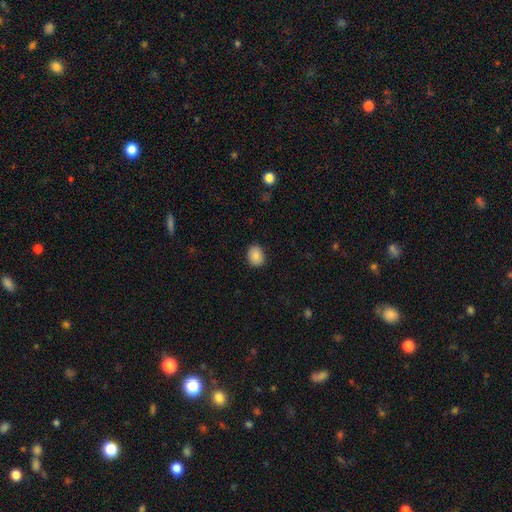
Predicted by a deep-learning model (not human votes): Morphology: type=smooth (86%); roundness=in between (55%); merging=none (88%).